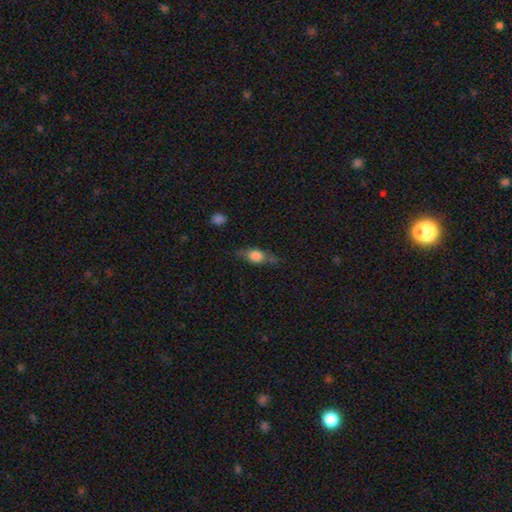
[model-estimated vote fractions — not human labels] smooth 60%, featured or disk 31%, star or artifact 9%. Down the decision tree: how rounded — in between (63%); merging — none (65%).